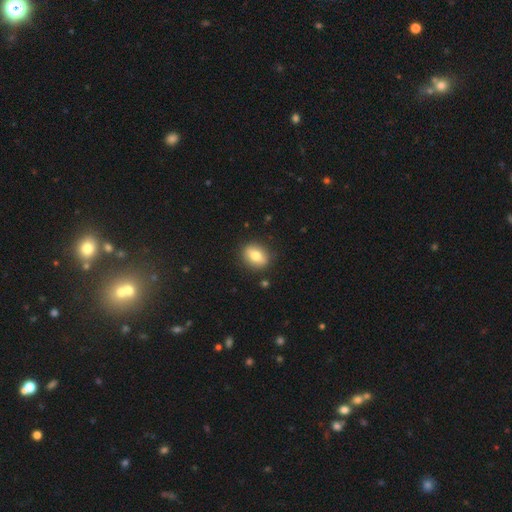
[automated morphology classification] This is likely a smooth galaxy (74%). How rounded: possibly in between (60%). Merging: clearly none (87%).